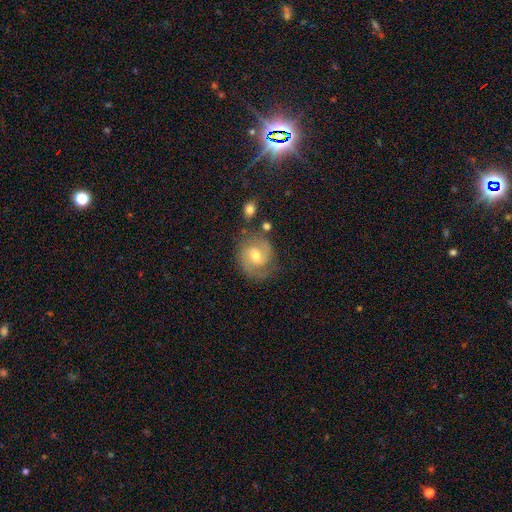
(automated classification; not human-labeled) Smooth or featured? featured or disk (77%)
Edge-on disk? no (98%)
Bar? weak (52%)
Spiral arms? yes (94%)
Spiral winding? medium (49%)
Spiral arm count? 2 (84%)
Bulge size? moderate (70%)
Merging? none (73%)